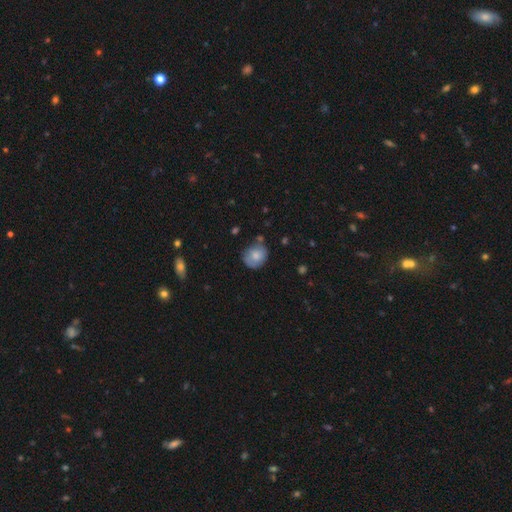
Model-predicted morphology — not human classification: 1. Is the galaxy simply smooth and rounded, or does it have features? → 72% smooth, 21% featured or disk, 8% star or artifact.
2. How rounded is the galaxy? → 68% round, 31% in between, 1% cigar-shaped.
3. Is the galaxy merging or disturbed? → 66% none, 24% minor disturbance, 6% major disturbance, 4% merger.